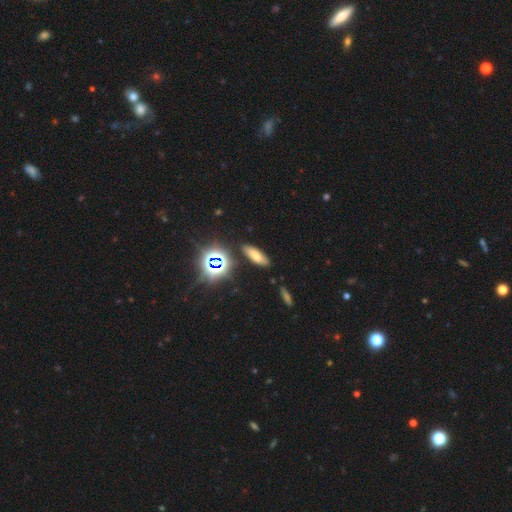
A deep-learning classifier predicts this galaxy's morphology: Overall: smooth (60%; star or artifact 26%). How rounded: in between (63%; cigar-shaped 30%). Merging: none (85%).